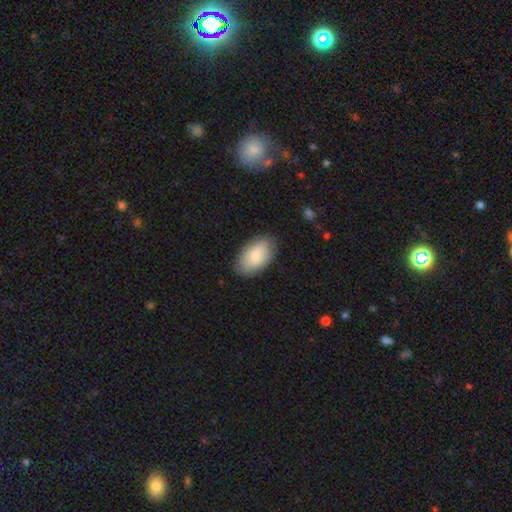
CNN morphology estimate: The model was most divided on "smooth or featured": smooth: 80%, featured or disk: 14%, star or artifact: 6%. More confident: how rounded — in between (94%); merging — none (84%).